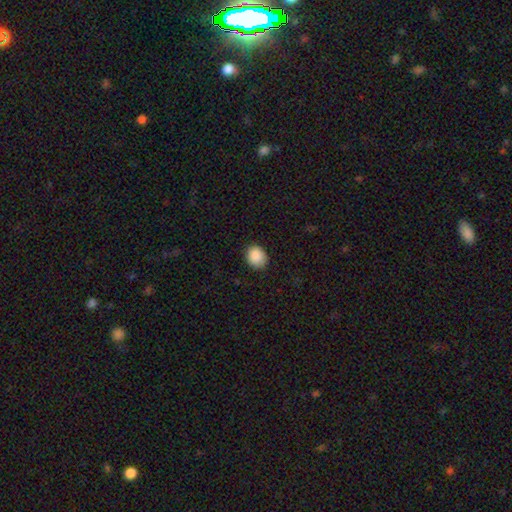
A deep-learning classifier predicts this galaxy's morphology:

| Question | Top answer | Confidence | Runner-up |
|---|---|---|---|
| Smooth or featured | smooth | 89% | star or artifact (8%) |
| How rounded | round | 64% | in between (35%) |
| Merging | none | 85% | minor disturbance (12%) |